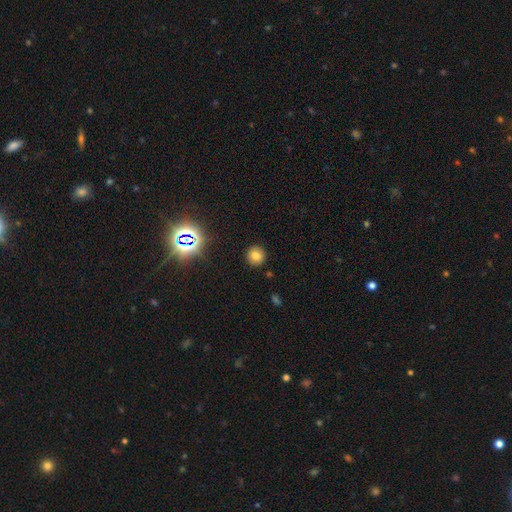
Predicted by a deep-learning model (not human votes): smooth_or_featured: smooth (p=0.76) [alt: star or artifact p=0.17]
how_rounded: round (p=0.93) [alt: in between p=0.06]
merging: none (p=0.91) [alt: minor disturbance p=0.06]